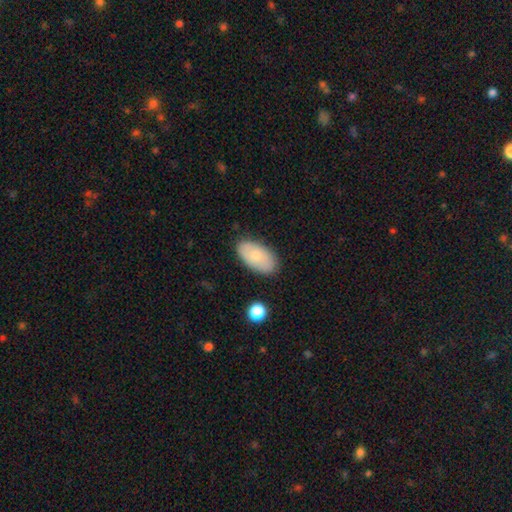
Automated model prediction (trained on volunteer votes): A smooth galaxy with no disk features (77%) that is in between round and cigar-shaped (95%).

Vote fractions:
- Smooth or featured? smooth: 77% / featured or disk: 17% / star or artifact: 7%
- How rounded? in between: 95% / round: 3% / cigar-shaped: 2%
- Merging? none: 83% / minor disturbance: 12% / major disturbance: 3% / merger: 1%